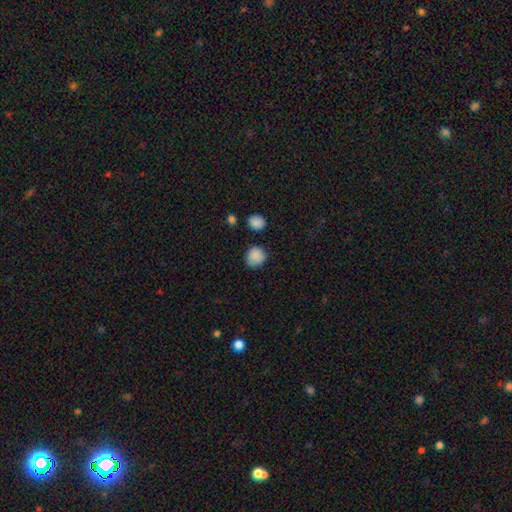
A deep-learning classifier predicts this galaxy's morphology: A smooth galaxy with no disk features (87%) that is round (83%).

Vote fractions:
- Smooth or featured? smooth: 87% / star or artifact: 9% / featured or disk: 4%
- How rounded? round: 83% / in between: 16% / cigar-shaped: 1%
- Merging? none: 74% / minor disturbance: 19% / major disturbance: 4% / merger: 3%